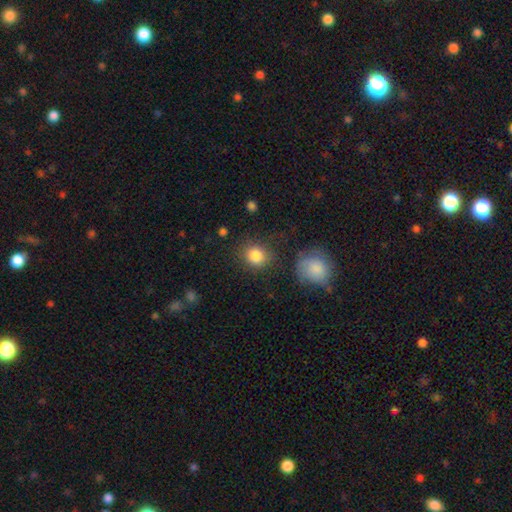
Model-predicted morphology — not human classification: type=smooth (86%); roundness=round (78%); merging=none (79%).